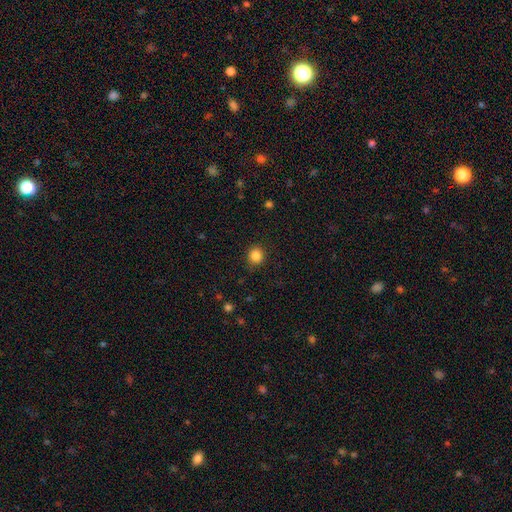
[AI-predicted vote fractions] A smooth galaxy with no disk features (85%) that is round (88%).

Vote fractions:
- Smooth or featured? smooth: 85% / star or artifact: 11% / featured or disk: 4%
- How rounded? round: 88% / in between: 11% / cigar-shaped: 1%
- Merging? none: 89% / minor disturbance: 8% / major disturbance: 3% / merger: 1%